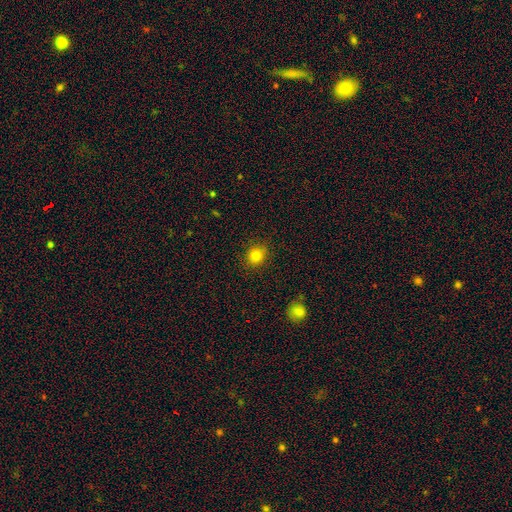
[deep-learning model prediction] Smooth or featured? Predicted: smooth (p=0.82). How rounded? Predicted: round (p=0.75). Merging? Predicted: none (p=0.87).